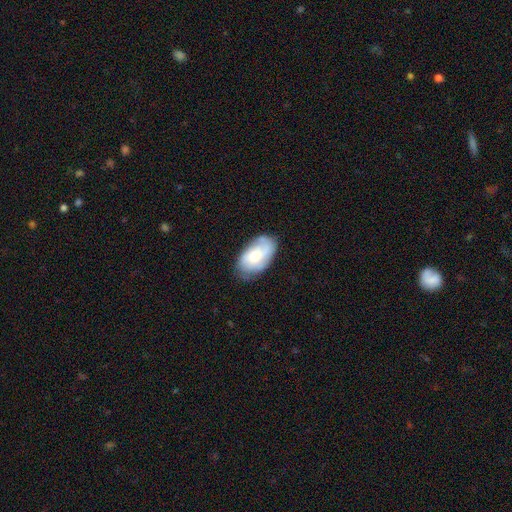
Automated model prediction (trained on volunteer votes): smooth_or_featured: smooth (p=0.50) [alt: featured or disk p=0.43]
how_rounded: in between (p=0.93) [alt: round p=0.06]
merging: none (p=0.68) [alt: minor disturbance p=0.24]